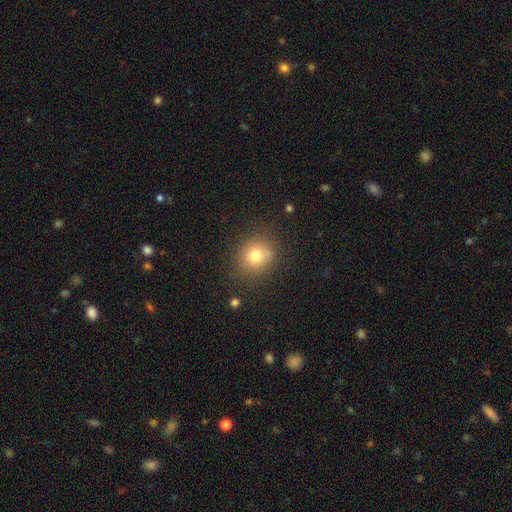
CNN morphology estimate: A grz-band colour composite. It shows a smooth galaxy with no disk features (76%) that is round (78%). Merging: none (81%).